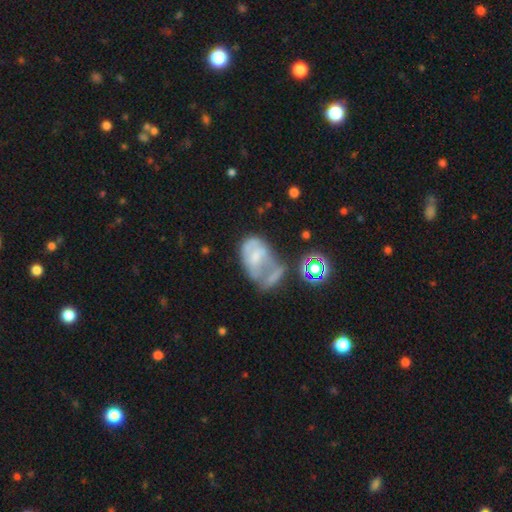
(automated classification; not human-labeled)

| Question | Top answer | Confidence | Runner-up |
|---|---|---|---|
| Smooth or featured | featured or disk | 52% | smooth (35%) |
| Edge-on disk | no | 96% | yes (4%) |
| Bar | no | 59% | weak (32%) |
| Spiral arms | no | 53% | yes (47%) |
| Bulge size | small | 43% | moderate (30%) |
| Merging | merger | 37% | major disturbance (27%) |